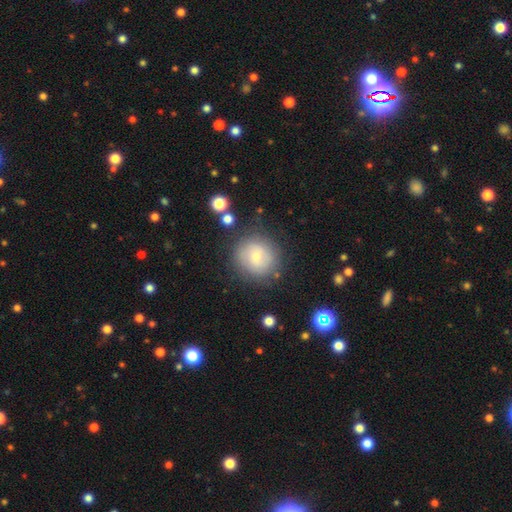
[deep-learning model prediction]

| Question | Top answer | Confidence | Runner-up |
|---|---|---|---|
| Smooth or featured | smooth | 59% | featured or disk (31%) |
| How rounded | round | 89% | in between (10%) |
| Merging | none | 78% | minor disturbance (14%) |